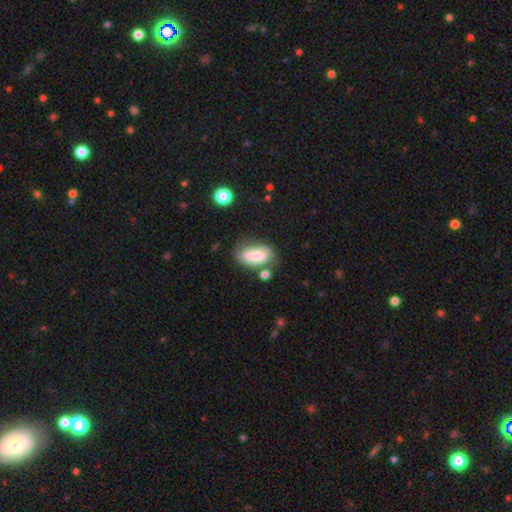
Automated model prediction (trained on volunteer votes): The model was most divided on "smooth or featured": smooth: 61%, featured or disk: 32%, star or artifact: 8%. More confident: how rounded — in between (90%); merging — none (59%).